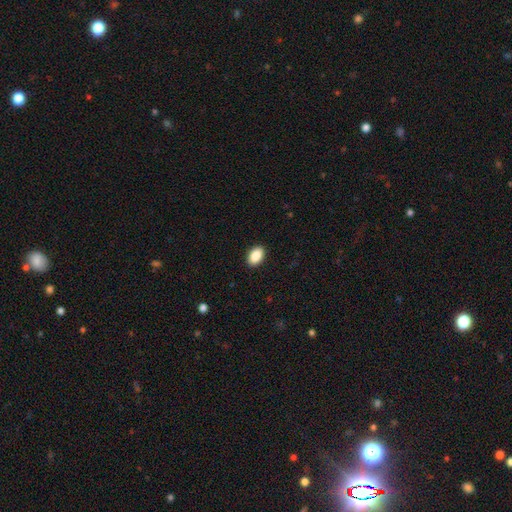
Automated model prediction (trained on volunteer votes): Smooth or featured: smooth — 88% (star or artifact — 7%)
How rounded: in between — 91% (round — 8%)
Merging: none — 91% (minor disturbance — 7%)